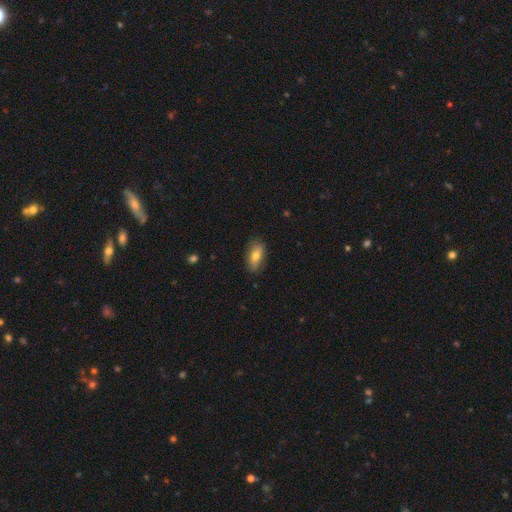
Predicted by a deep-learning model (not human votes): Smooth or featured?
  - smooth: 67% *
  - featured or disk: 25%
  - star or artifact: 7%
How rounded?
  - in between: 85% *
  - cigar-shaped: 10%
  - round: 5%
Merging?
  - none: 81% *
  - minor disturbance: 15%
  - major disturbance: 3%
  - merger: 1%